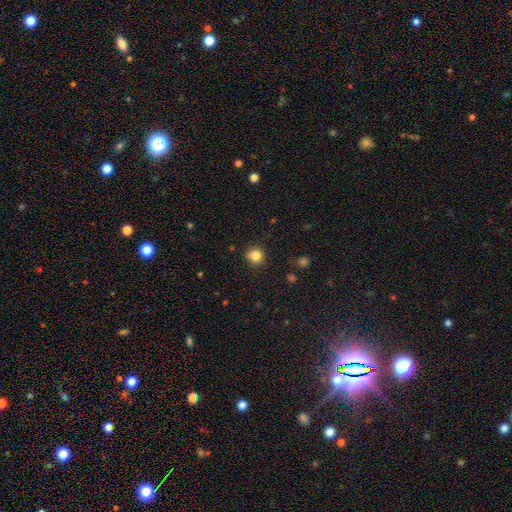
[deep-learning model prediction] Overall: smooth (82%). How rounded: round (91%). Merging: none (83%).